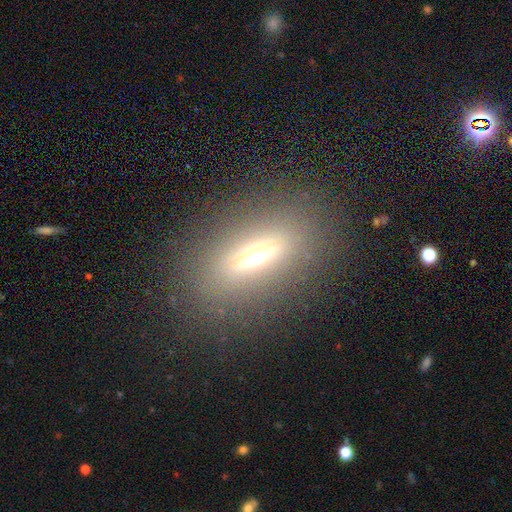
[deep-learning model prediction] smooth-or-featured: smooth: 44% | featured or disk: 41% | star or artifact: 15%
  merging: none: 83% | minor disturbance: 9% | major disturbance: 6% | merger: 2%